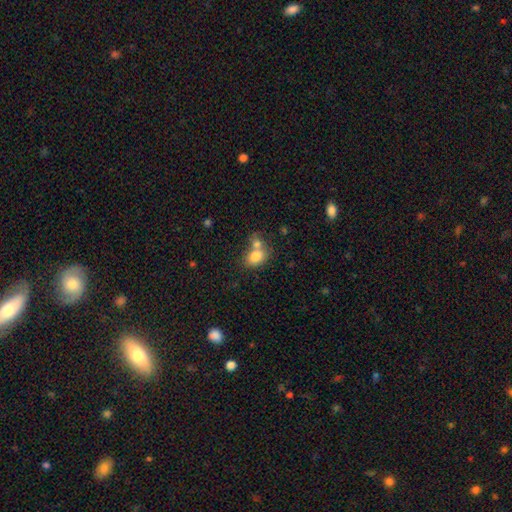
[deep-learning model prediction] This appears to be a smooth galaxy with no disk features (79%) that is in between round and cigar-shaped (66%). Merging: merger (52%).